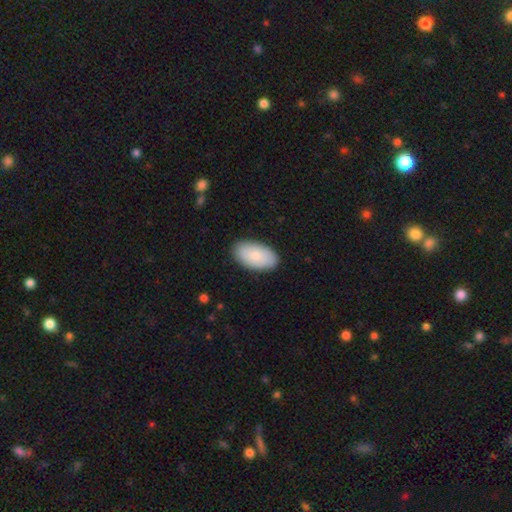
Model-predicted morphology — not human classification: A smooth galaxy with no disk features (86%) that is in between round and cigar-shaped (96%). Merging: none (87%).